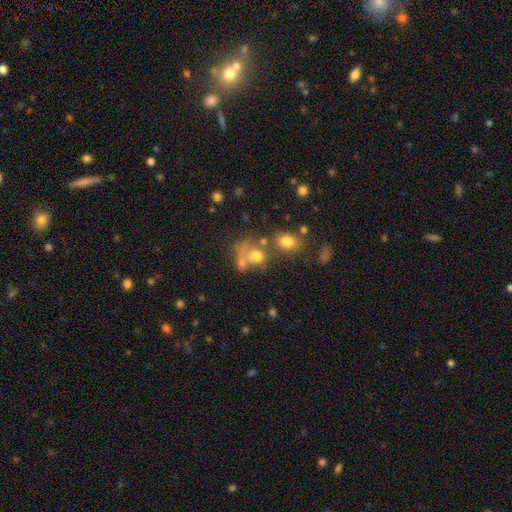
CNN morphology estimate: Overall: smooth (62%). How rounded: round (61%; in between 38%). Merging: merger (40%; none 32%).